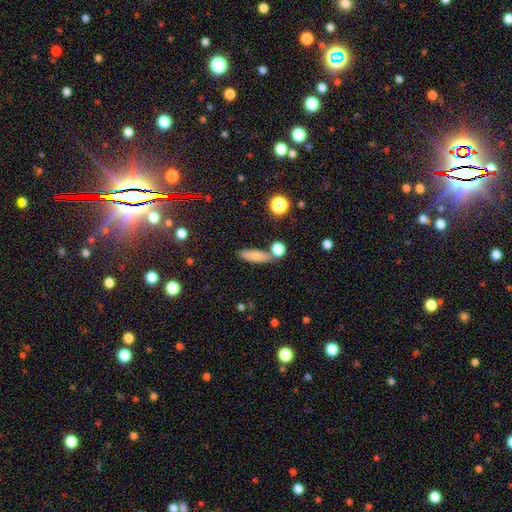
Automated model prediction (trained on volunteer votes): A smooth galaxy with no disk features (74%) that is in between round and cigar-shaped (48%).

Vote fractions:
- Smooth or featured? smooth: 74% / featured or disk: 16% / star or artifact: 11%
- How rounded? in between: 48% / cigar-shaped: 45% / round: 7%
- Merging? none: 70% / minor disturbance: 14% / merger: 13% / major disturbance: 4%